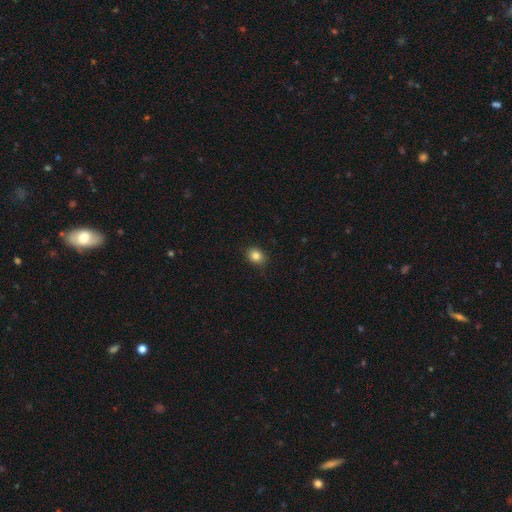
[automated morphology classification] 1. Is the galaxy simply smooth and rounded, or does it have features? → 84% smooth, 11% star or artifact, 6% featured or disk.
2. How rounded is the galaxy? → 53% round, 46% in between, 1% cigar-shaped.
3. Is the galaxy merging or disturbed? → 86% none, 11% minor disturbance, 2% major disturbance, 1% merger.